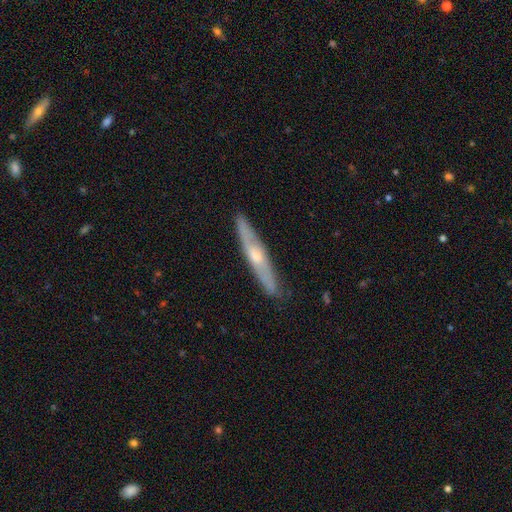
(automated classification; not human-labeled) A featured or disk galaxy (60%) viewed edge-on (81%). Merging: none (86%).